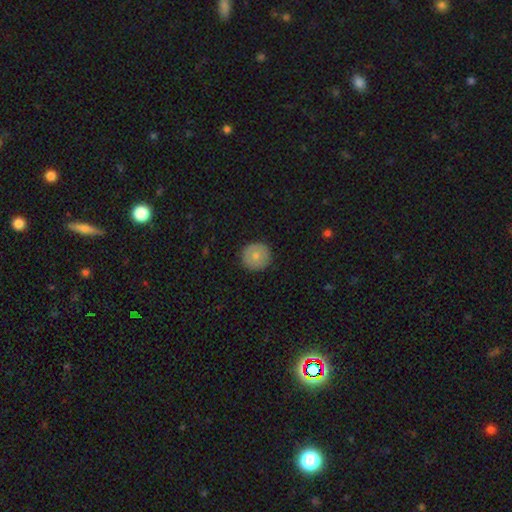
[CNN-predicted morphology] smooth 74%, featured or disk 19%, star or artifact 7%. Down the decision tree: how rounded — round (95%); merging — none (91%).